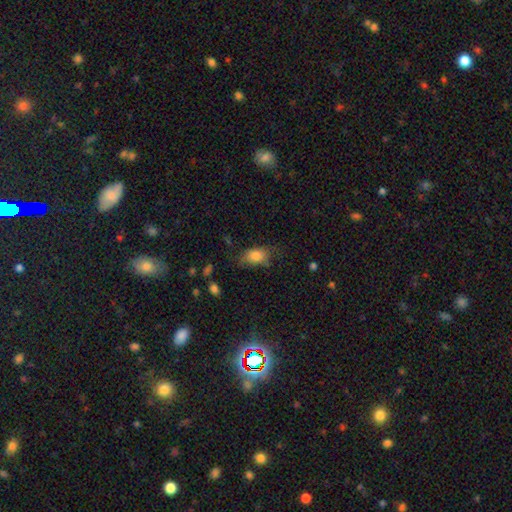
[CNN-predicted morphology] Smooth or featured?
  - smooth: 80% *
  - featured or disk: 11%
  - star or artifact: 9%
How rounded?
  - in between: 85% *
  - round: 12%
  - cigar-shaped: 3%
Merging?
  - none: 58% *
  - minor disturbance: 28%
  - major disturbance: 12%
  - merger: 2%